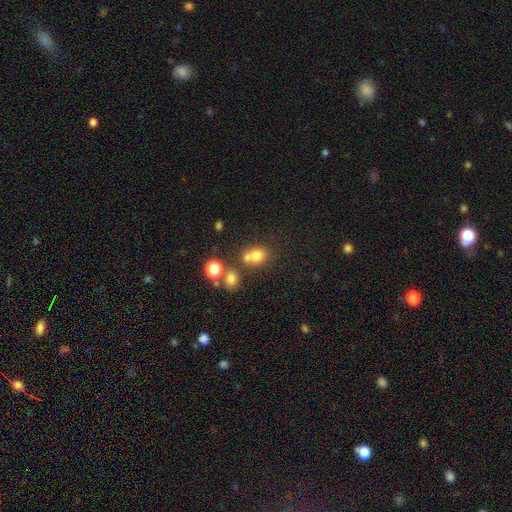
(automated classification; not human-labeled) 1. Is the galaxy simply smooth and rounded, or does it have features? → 72% smooth, 16% star or artifact, 11% featured or disk.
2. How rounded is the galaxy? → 70% round, 29% in between, 1% cigar-shaped.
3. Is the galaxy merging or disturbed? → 45% none, 39% merger, 10% minor disturbance, 5% major disturbance.